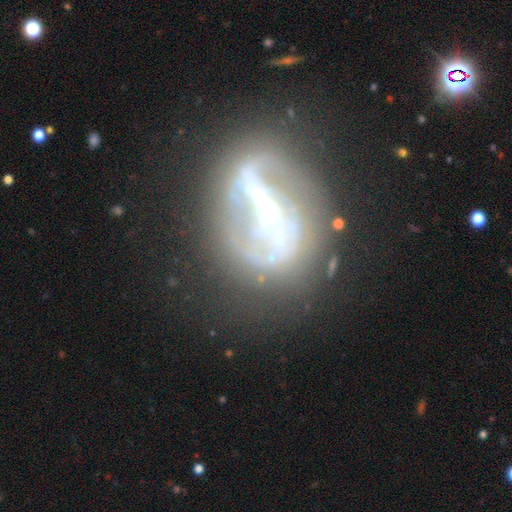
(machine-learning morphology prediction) smooth_or_featured: featured or disk (p=0.80) [alt: star or artifact p=0.10]
disk_edge_on: no (p=0.93) [alt: yes p=0.07]
bar: strong (p=0.65) [alt: weak p=0.22]
has_spiral_arms: yes (p=0.72) [alt: no p=0.28]
spiral_winding: medium (p=0.36) [alt: tight p=0.32]
spiral_arm_count: 2 (p=0.59) [alt: can't tell p=0.20]
bulge_size: moderate (p=0.41) [alt: small p=0.39]
merging: none (p=0.61) [alt: major disturbance p=0.18]